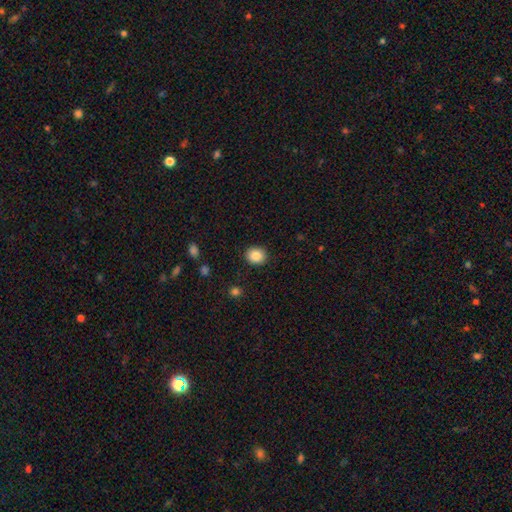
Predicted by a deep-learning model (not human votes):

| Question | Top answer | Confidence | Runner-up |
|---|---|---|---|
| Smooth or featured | smooth | 87% | star or artifact (9%) |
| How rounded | round | 72% | in between (27%) |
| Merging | none | 90% | minor disturbance (7%) |